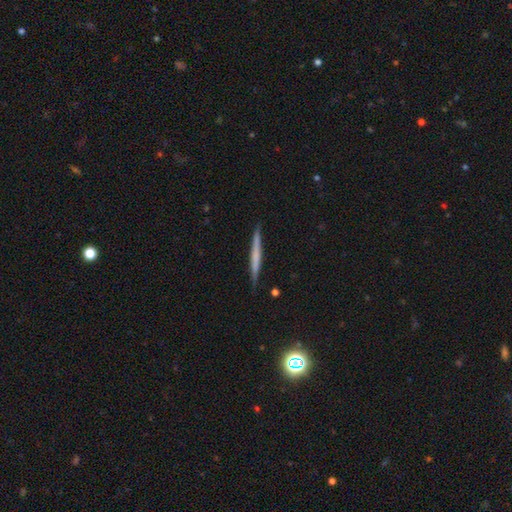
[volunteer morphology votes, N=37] smooth-or-featured: smooth: 49% | featured or disk: 43% | star or artifact: 8%
  how-rounded: cigar-shaped: 83% | in between: 17% | round: 0%
  merging: none: 91% | minor disturbance: 3% | major disturbance: 3% | merger: 3%